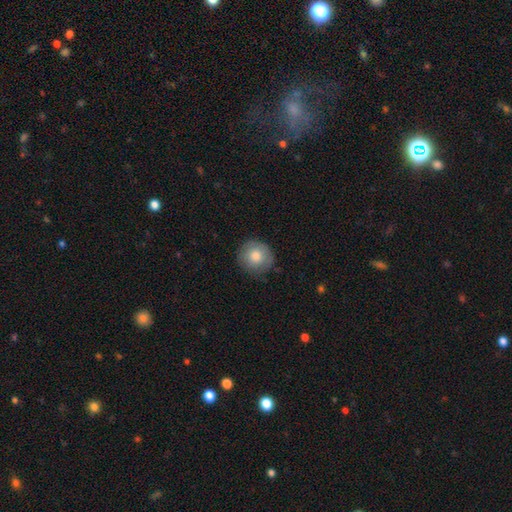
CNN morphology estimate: Q: Smooth or featured?
A: smooth (78%); runner-up: featured or disk (14%)
Q: How rounded?
A: round (92%); runner-up: in between (7%)
Q: Merging?
A: none (82%); runner-up: minor disturbance (14%)